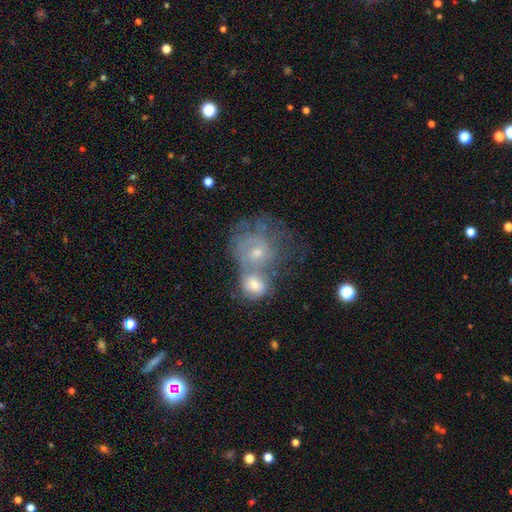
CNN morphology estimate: A featured or disk galaxy (56%) with no bar (69%), spiral arms (75%) and a small central bulge (63%).

Vote fractions:
- Smooth or featured? featured or disk: 56% / smooth: 28% / star or artifact: 16%
- Edge-on disk? no: 95% / yes: 5%
- Bar? no: 69% / weak: 25% / strong: 7%
- Spiral arms? yes: 75% / no: 25%
- Bulge size? small: 63% / moderate: 31% / none: 3% / large: 2% / dominant: 1%
- Merging? merger: 47% / none: 36% / minor disturbance: 10% / major disturbance: 6%